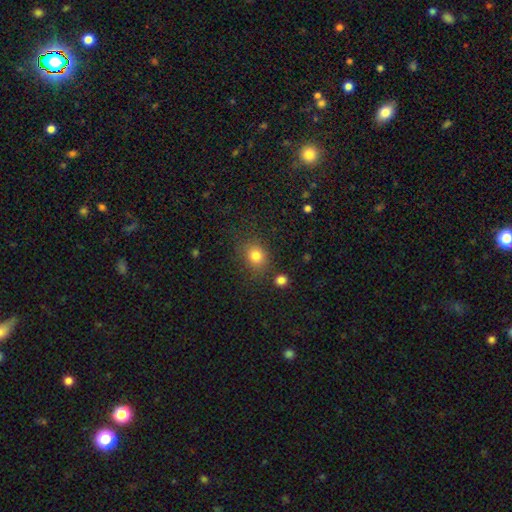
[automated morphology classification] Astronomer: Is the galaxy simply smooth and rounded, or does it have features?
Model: smooth — 82%.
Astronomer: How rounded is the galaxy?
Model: round — 66%.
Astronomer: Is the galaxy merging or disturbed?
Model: none — 75%.